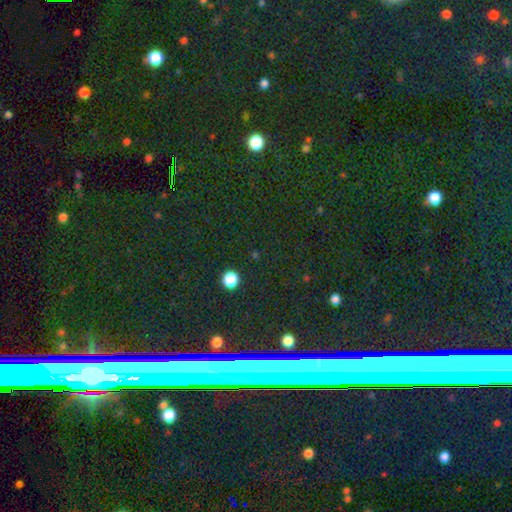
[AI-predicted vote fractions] star or artifact 72%, smooth 15%, featured or disk 13%.